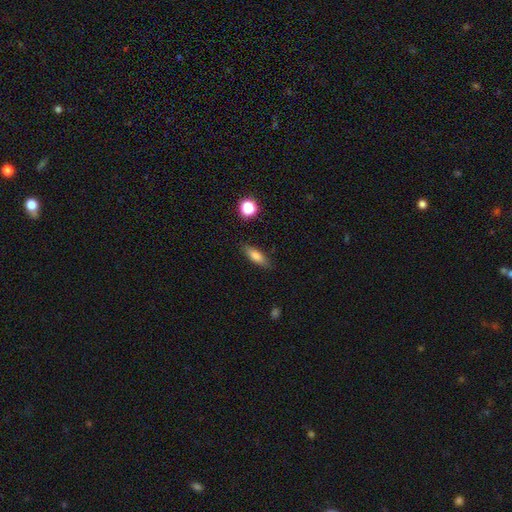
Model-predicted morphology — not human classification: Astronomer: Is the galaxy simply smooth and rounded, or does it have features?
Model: smooth — 75%.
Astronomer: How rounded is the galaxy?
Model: in between — 57% (runner-up: cigar-shaped, 39%).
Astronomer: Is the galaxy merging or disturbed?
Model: none — 86%.